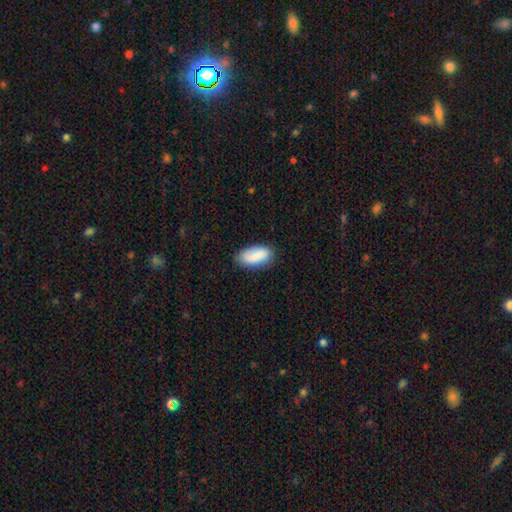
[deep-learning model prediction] Overall: smooth (76%). How rounded: in between (91%). Merging: none (76%).